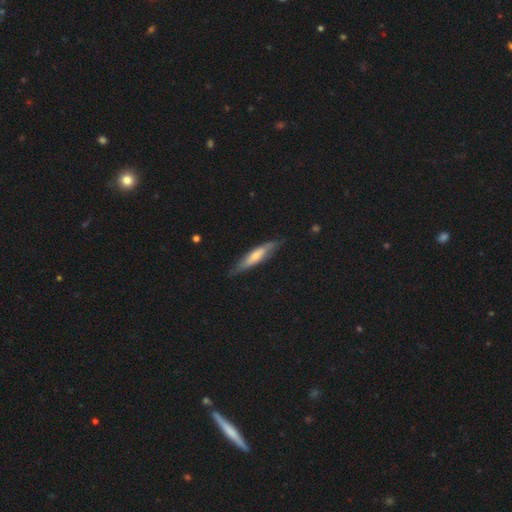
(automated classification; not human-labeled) smooth 50%, featured or disk 45%, star or artifact 5%. Down the decision tree: merging — none (77%).